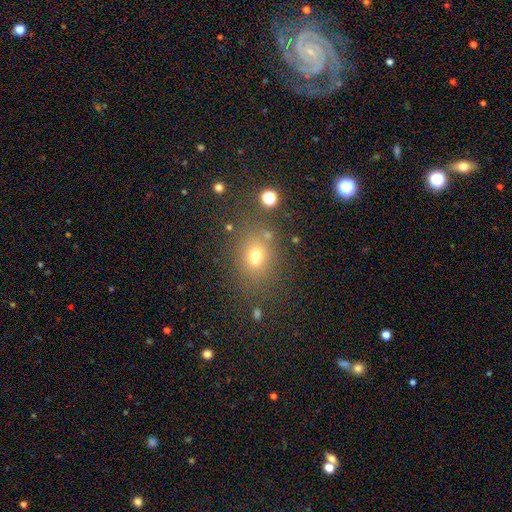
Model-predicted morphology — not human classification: Q: Smooth or featured?
A: smooth (67%); runner-up: star or artifact (20%)
Q: How rounded?
A: in between (52%); runner-up: round (47%)
Q: Merging?
A: none (71%); runner-up: minor disturbance (13%)